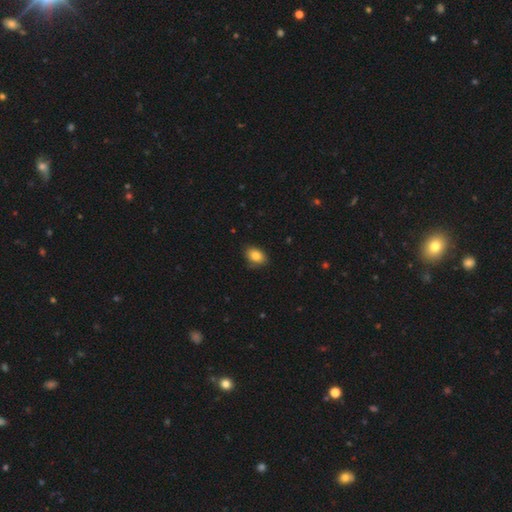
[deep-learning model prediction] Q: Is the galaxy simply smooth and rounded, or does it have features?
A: smooth — 84%.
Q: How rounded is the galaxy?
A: in between — 84%.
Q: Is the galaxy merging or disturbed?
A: none — 82%.